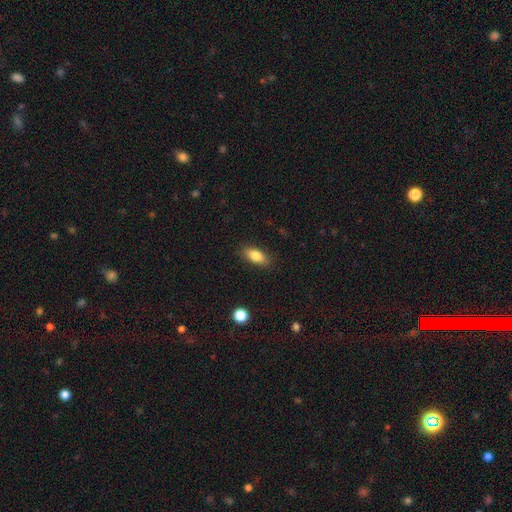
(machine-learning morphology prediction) smooth 82%, featured or disk 10%, star or artifact 8%. Down the decision tree: how rounded — in between (83%); merging — none (86%).